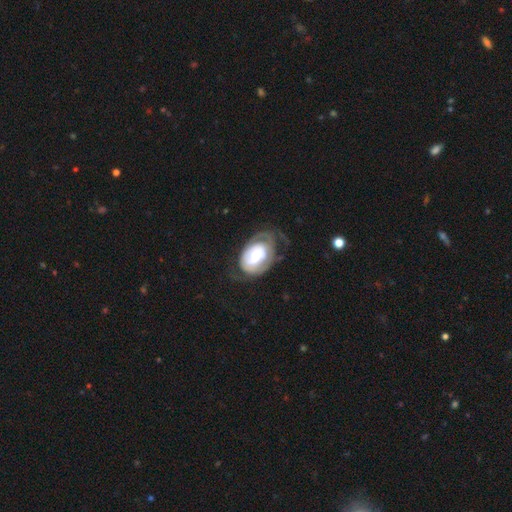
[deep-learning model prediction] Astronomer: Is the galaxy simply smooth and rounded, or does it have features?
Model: featured or disk — 60%.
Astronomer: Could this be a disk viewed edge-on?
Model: no — 95%.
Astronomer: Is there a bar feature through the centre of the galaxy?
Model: no — 69%.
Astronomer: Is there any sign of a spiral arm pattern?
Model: yes — 65%.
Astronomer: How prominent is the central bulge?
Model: moderate — 42% (runner-up: small, 29%).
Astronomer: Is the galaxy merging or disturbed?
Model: none — 43% (runner-up: major disturbance, 29%).